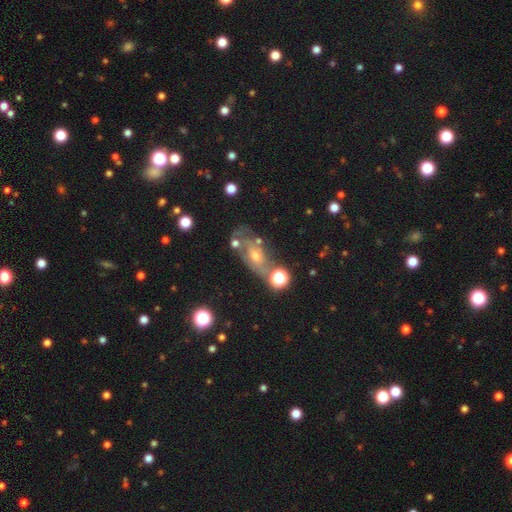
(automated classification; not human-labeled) A featured or disk galaxy (58%) with no bar (70%), spiral arms (65%) and a moderate central bulge (47%).

Vote fractions:
- Smooth or featured? featured or disk: 58% / smooth: 25% / star or artifact: 17%
- Edge-on disk? no: 86% / yes: 14%
- Bar? no: 70% / weak: 24% / strong: 7%
- Spiral arms? yes: 65% / no: 35%
- Bulge size? moderate: 47% / small: 43% / large: 4% / none: 4% / dominant: 2%
- Merging? none: 49% / minor disturbance: 22% / major disturbance: 15% / merger: 14%